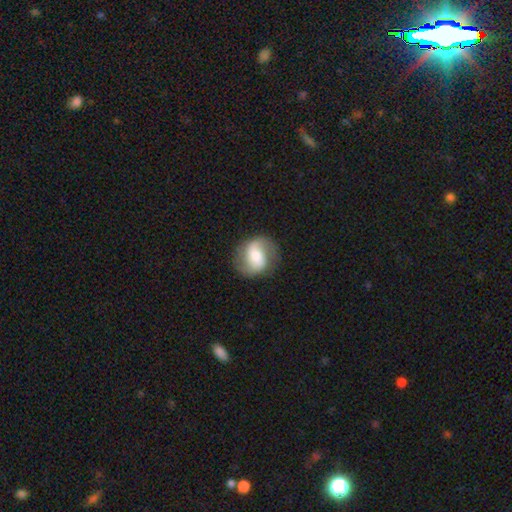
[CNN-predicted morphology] type=featured or disk (65%); edge-on=no (97%); bar=weak (41%); spiral arms=yes (90%); winding=loose (43%); arm count=2 (89%); bulge=moderate (44%); merging=none (78%).